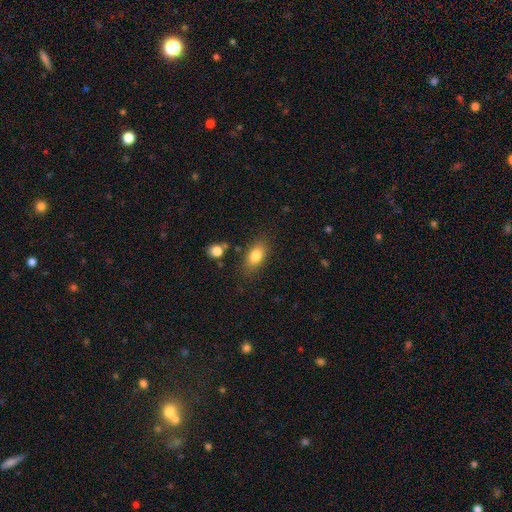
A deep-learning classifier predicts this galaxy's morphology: Overall: smooth (82%). How rounded: in between (86%). Merging: none (79%).